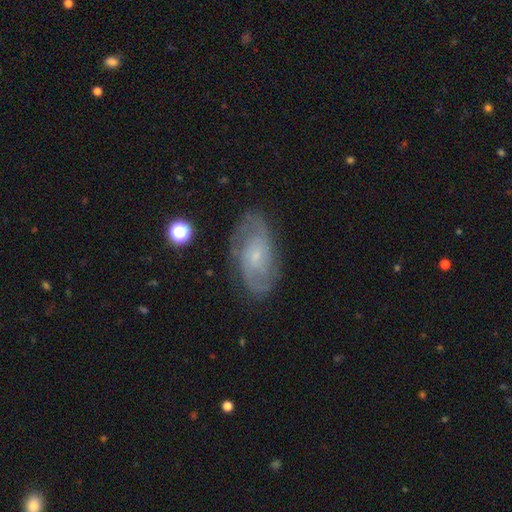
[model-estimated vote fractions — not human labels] Smooth or featured?
  - featured or disk: 79% *
  - smooth: 14%
  - star or artifact: 7%
Edge-on disk?
  - no: 96% *
  - yes: 4%
Bar?
  - no: 64% *
  - weak: 31%
  - strong: 5%
Spiral arms?
  - yes: 93% *
  - no: 7%
Spiral winding?
  - tight: 47% *
  - medium: 41%
  - loose: 12%
Spiral arm count?
  - 2: 58% *
  - can't tell: 23%
  - 3: 9%
  - 1: 3%
  - 4: 3%
  - more than 4: 3%
Bulge size?
  - small: 78% *
  - moderate: 15%
  - none: 5%
  - large: 1%
  - dominant: 1%
Merging?
  - none: 77% *
  - minor disturbance: 16%
  - major disturbance: 6%
  - merger: 1%